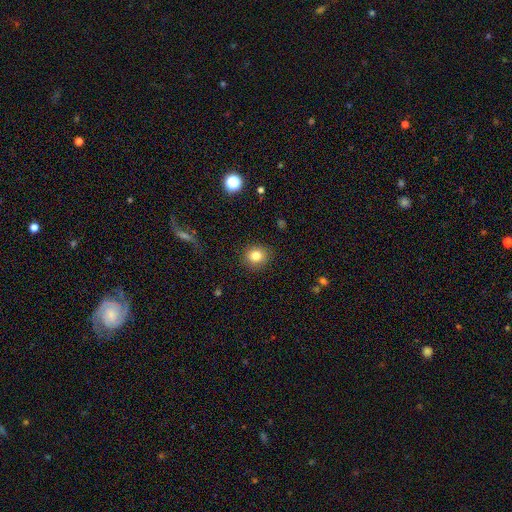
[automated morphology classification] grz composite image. It shows a smooth galaxy with no disk features (82%) that is round (81%). Merging: none (90%).